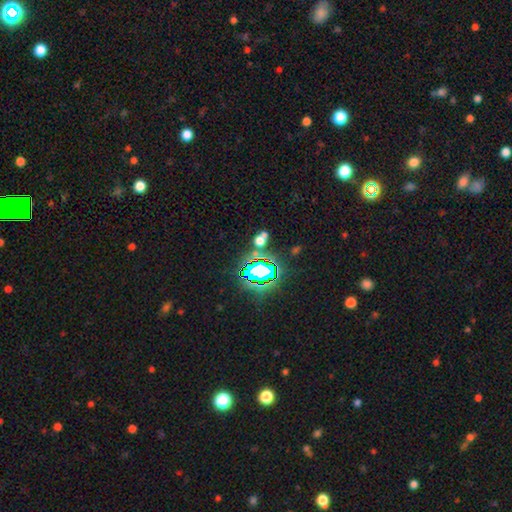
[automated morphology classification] smooth-or-featured: star or artifact: 76% | smooth: 15% | featured or disk: 9%